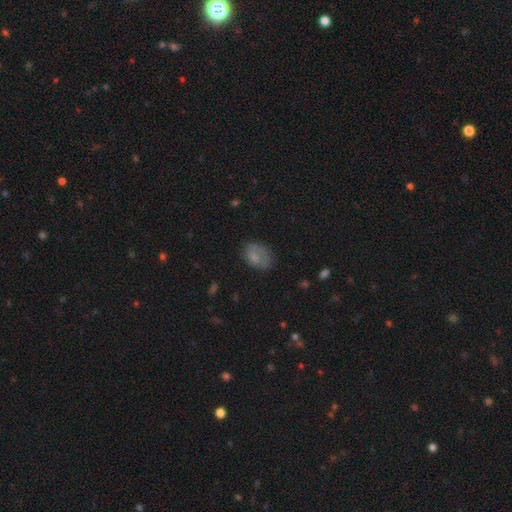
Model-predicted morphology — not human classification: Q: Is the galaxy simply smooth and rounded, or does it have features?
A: smooth — 71%.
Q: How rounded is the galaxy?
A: in between — 78%.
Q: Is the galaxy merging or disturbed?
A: none — 51%.